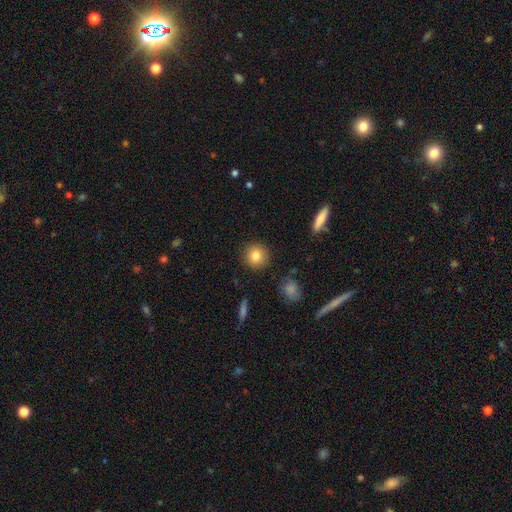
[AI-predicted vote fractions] Overall: smooth (83%). How rounded: round (92%). Merging: none (90%).